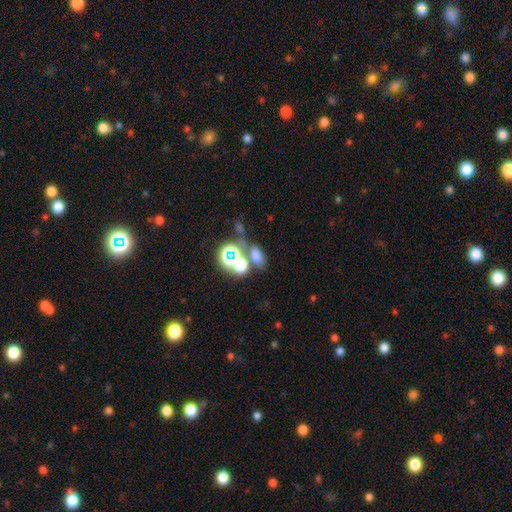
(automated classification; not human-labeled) Q: Smooth or featured?
A: smooth (59%); runner-up: star or artifact (26%)
Q: How rounded?
A: in between (69%); runner-up: round (28%)
Q: Merging?
A: none (46%); runner-up: merger (36%)